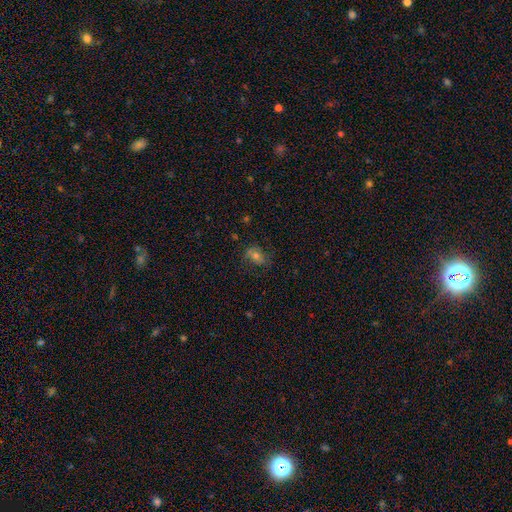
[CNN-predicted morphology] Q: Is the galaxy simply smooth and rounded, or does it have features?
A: smooth — 49%.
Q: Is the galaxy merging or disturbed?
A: none — 68%.